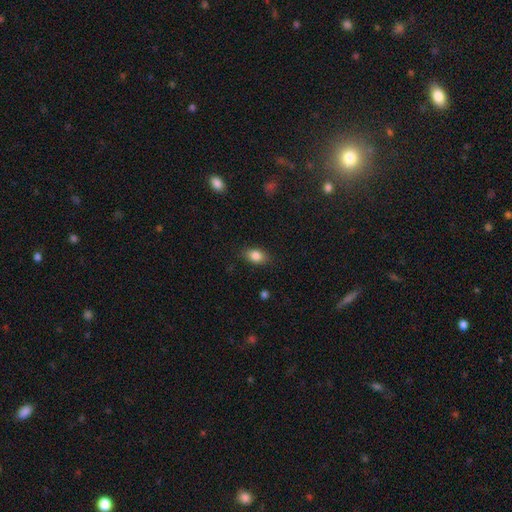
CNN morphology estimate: smooth 84%, star or artifact 8%, featured or disk 7%. Down the decision tree: how rounded — in between (83%); merging — none (85%).